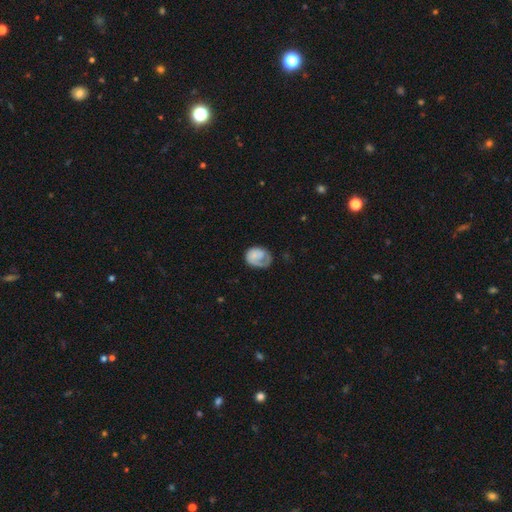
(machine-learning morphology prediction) This appears to be a smooth galaxy with no disk features (61%) that is in between round and cigar-shaped (59%). Merging: none (40%).